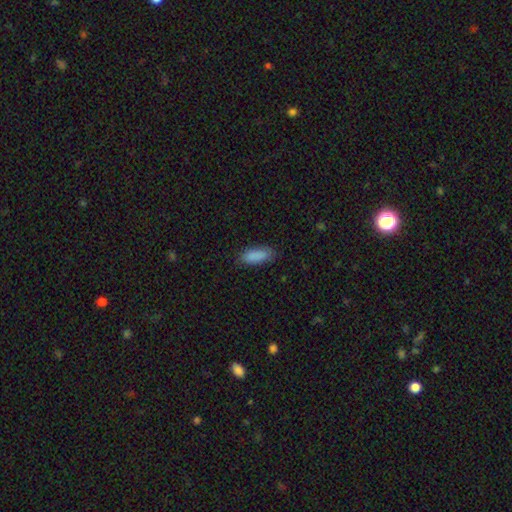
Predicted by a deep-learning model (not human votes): Smooth or featured? smooth (88%)
How rounded? in between (75%)
Merging? none (82%)